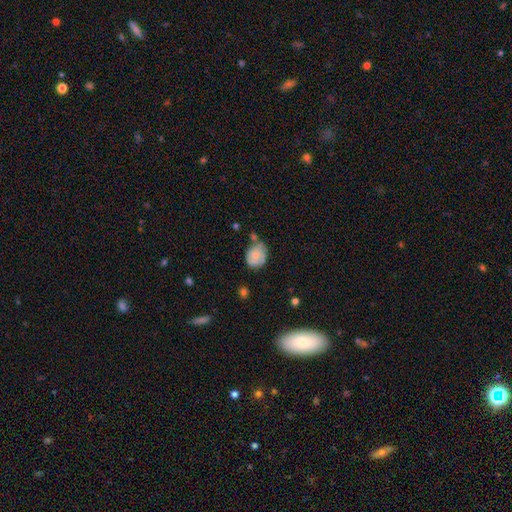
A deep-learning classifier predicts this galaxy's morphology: The model was most divided on "how rounded": in between: 53%, round: 46%, cigar-shaped: 1%. Remaining: smooth or featured — smooth (66%); merging — none (49%).